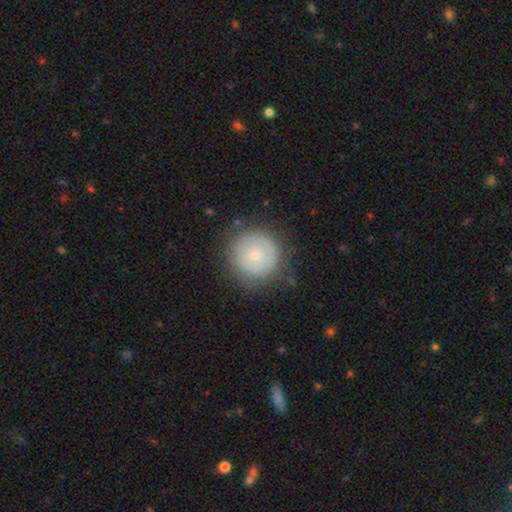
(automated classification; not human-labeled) A smooth galaxy with no disk features (57%) that is round (94%).

Vote fractions:
- Smooth or featured? smooth: 57% / featured or disk: 35% / star or artifact: 7%
- How rounded? round: 94% / in between: 5% / cigar-shaped: 1%
- Merging? none: 78% / minor disturbance: 15% / major disturbance: 5% / merger: 2%